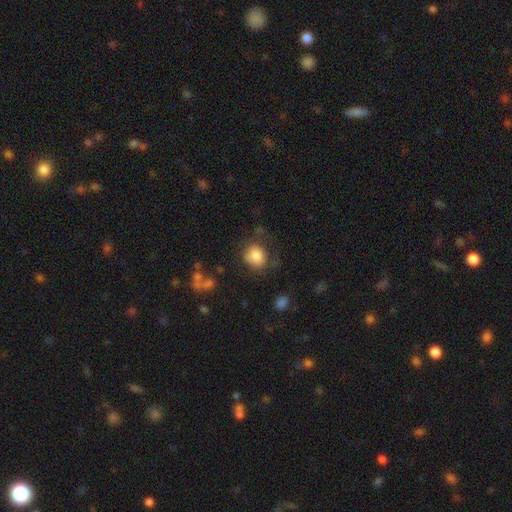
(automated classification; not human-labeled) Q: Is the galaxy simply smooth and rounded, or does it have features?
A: smooth — 82%.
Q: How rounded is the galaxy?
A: round — 65%.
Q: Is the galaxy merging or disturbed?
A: none — 62%.